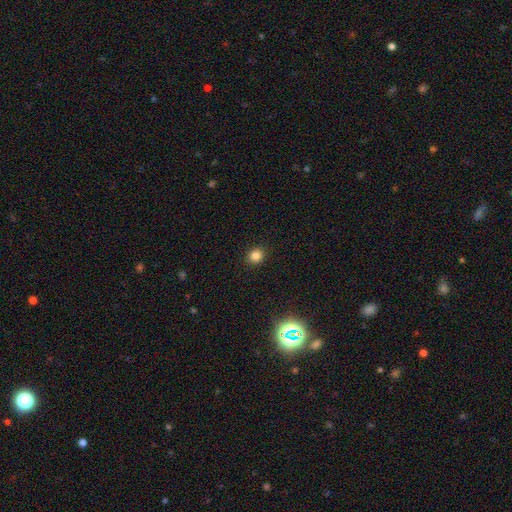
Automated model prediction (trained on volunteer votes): smooth_or_featured: smooth (p=0.82) [alt: star or artifact p=0.14]
how_rounded: round (p=0.76) [alt: in between p=0.23]
merging: none (p=0.91) [alt: minor disturbance p=0.06]